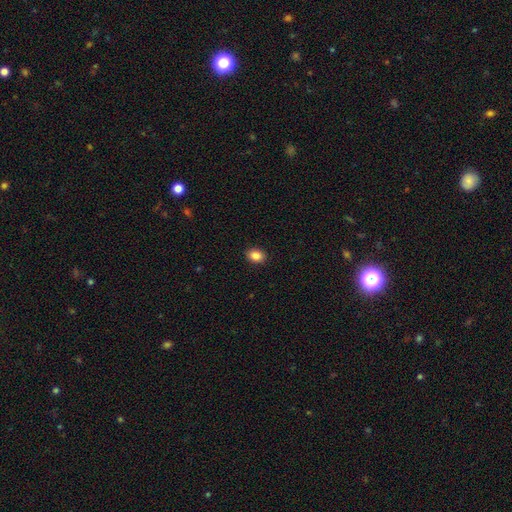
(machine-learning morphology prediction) Smooth or featured: smooth — 87% (star or artifact — 9%)
How rounded: in between — 68% (round — 31%)
Merging: none — 91% (minor disturbance — 7%)